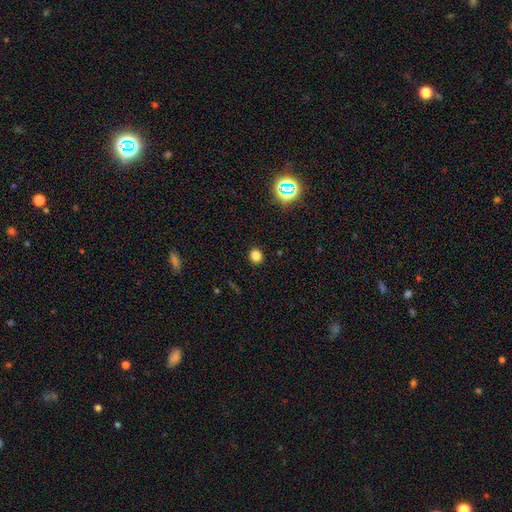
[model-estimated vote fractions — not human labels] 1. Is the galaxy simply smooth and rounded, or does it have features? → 80% smooth, 15% star or artifact, 4% featured or disk.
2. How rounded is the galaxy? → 76% round, 23% in between, 1% cigar-shaped.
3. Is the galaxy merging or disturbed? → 91% none, 6% minor disturbance, 2% major disturbance, 1% merger.